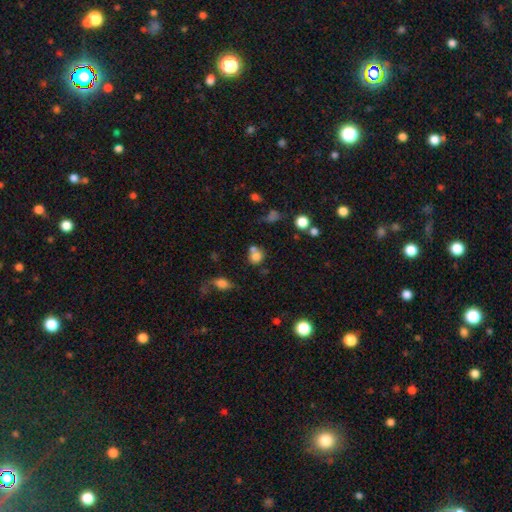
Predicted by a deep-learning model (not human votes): A smooth galaxy with no disk features (76%) that is round (77%).

Vote fractions:
- Smooth or featured? smooth: 76% / star or artifact: 14% / featured or disk: 10%
- How rounded? round: 77% / in between: 22% / cigar-shaped: 1%
- Merging? none: 48% / merger: 35% / minor disturbance: 11% / major disturbance: 5%